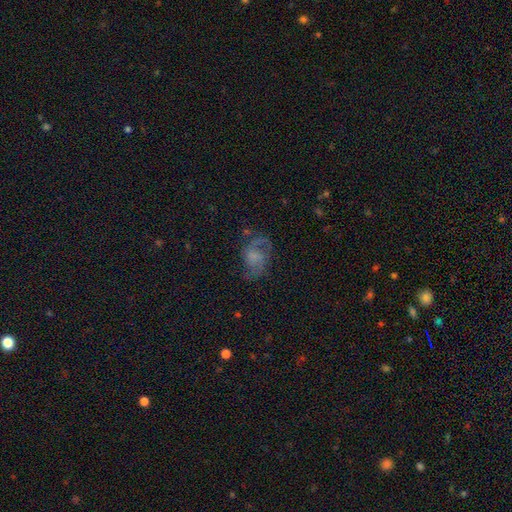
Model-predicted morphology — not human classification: Smooth or featured? featured or disk (65%)
Edge-on disk? no (97%)
Bar? no (68%)
Spiral arms? yes (86%)
Spiral winding? medium (47%)
Spiral arm count? 2 (76%)
Bulge size? small (34%)
Merging? none (57%)